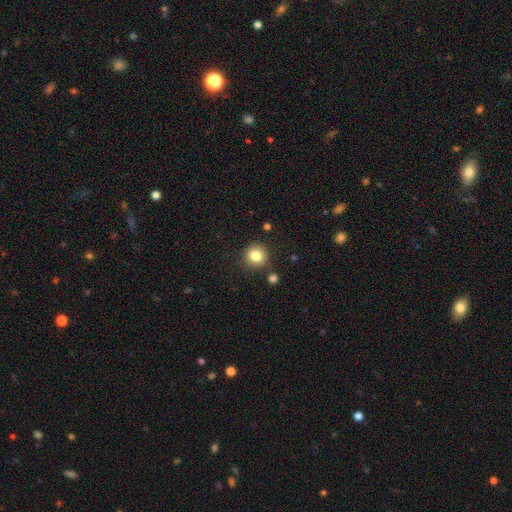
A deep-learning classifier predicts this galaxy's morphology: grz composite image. It shows a smooth galaxy with no disk features (83%) that is round (91%). Merging: none (85%).